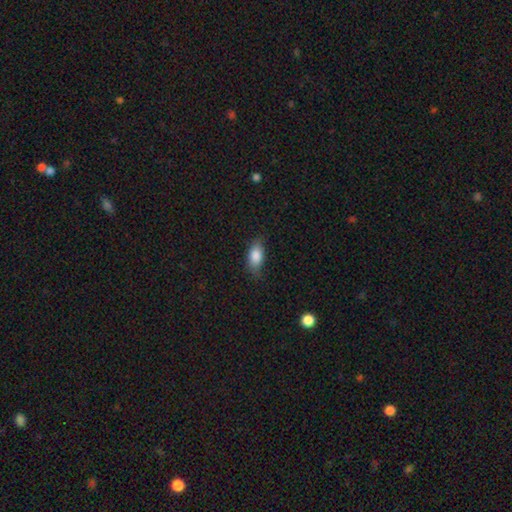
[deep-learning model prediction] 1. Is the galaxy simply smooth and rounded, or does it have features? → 85% smooth, 8% featured or disk, 7% star or artifact.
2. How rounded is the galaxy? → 88% in between, 7% cigar-shaped, 5% round.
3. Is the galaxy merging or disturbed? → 75% none, 20% minor disturbance, 4% major disturbance, 1% merger.